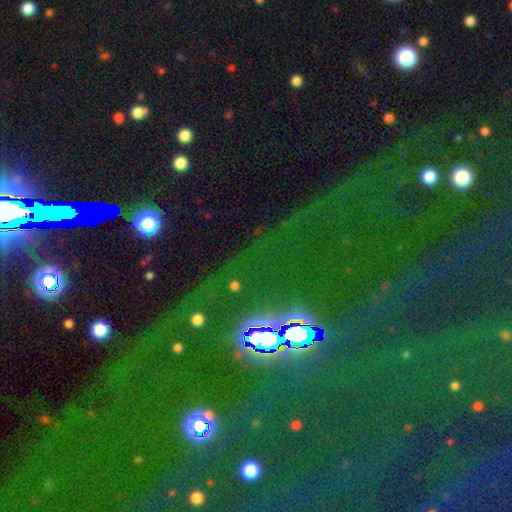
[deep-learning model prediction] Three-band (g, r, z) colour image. It shows a star or artifact, not a galaxy (81%).